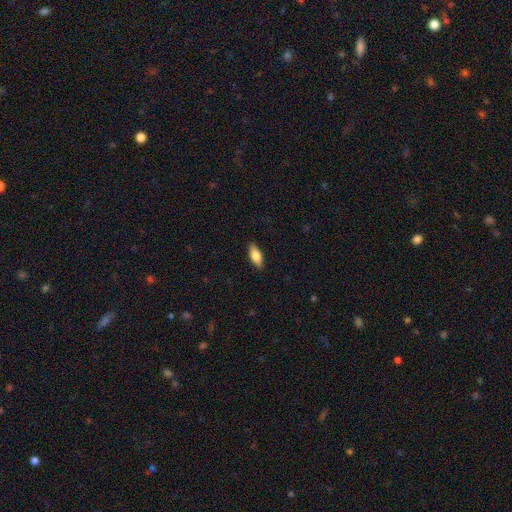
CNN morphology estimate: Smooth or featured? smooth (76%)
How rounded? in between (78%)
Merging? none (88%)